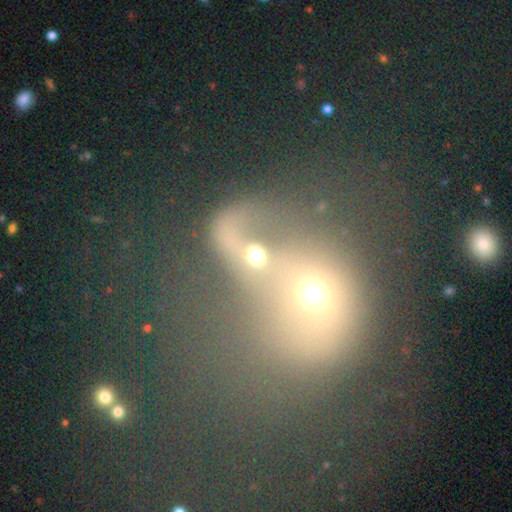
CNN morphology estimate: The model was most divided on "smooth or featured": smooth: 49%, featured or disk: 30%, star or artifact: 22%. More confident: merging — merger (71%).